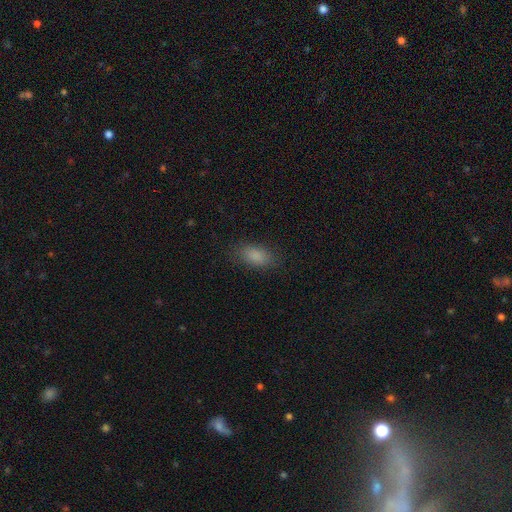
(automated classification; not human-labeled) Smooth or featured? Predicted: smooth (p=0.87). How rounded? Predicted: in between (p=0.89). Merging? Predicted: none (p=0.83).